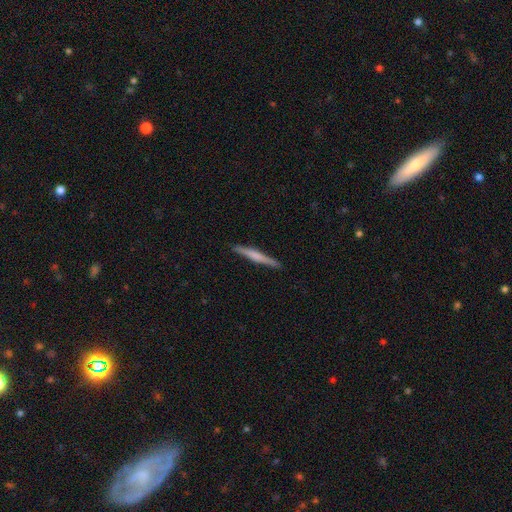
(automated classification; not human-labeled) smooth_or_featured: featured or disk (p=0.50) [alt: smooth p=0.44]
disk_edge_on: yes (p=0.98) [alt: no p=0.02]
merging: none (p=0.91) [alt: minor disturbance p=0.06]